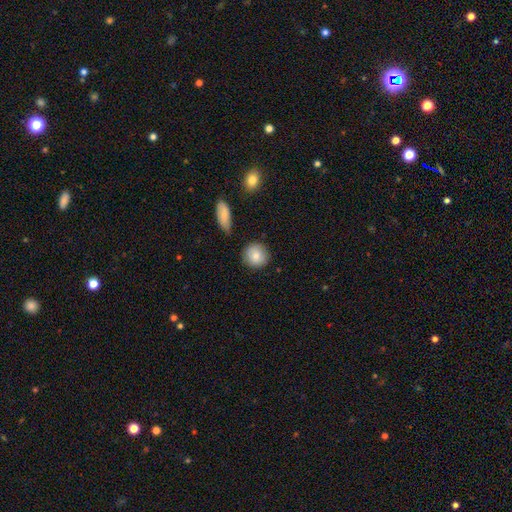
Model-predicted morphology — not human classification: smooth_or_featured: smooth (p=0.81) [alt: featured or disk p=0.11]
how_rounded: round (p=0.90) [alt: in between p=0.09]
merging: none (p=0.83) [alt: minor disturbance p=0.11]